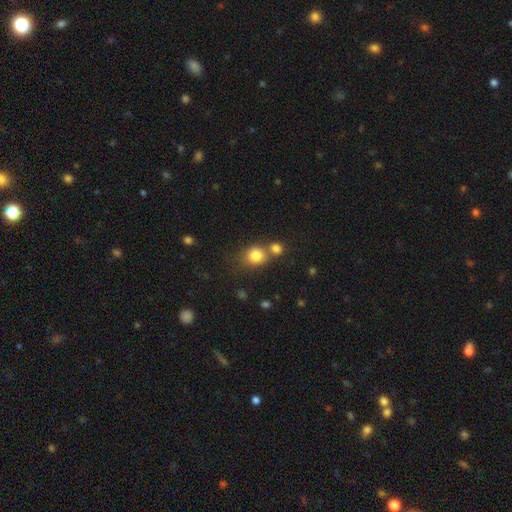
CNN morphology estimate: Smooth or featured? Predicted: smooth (p=0.81). How rounded? Predicted: round (p=0.75). Merging? Predicted: none (p=0.50).